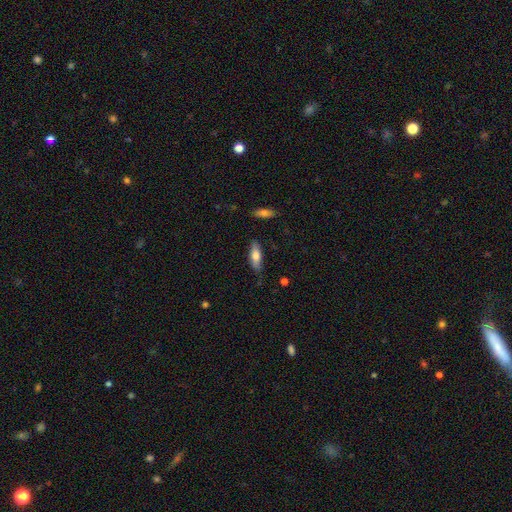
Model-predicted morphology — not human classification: type=smooth (70%); roundness=in between (58%); merging=none (79%).